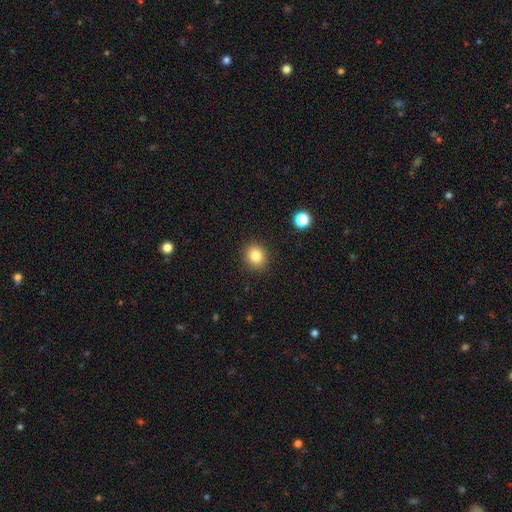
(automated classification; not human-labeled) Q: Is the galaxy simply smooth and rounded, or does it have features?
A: smooth — 83%.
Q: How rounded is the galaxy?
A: round — 74%.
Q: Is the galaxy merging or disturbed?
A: none — 89%.